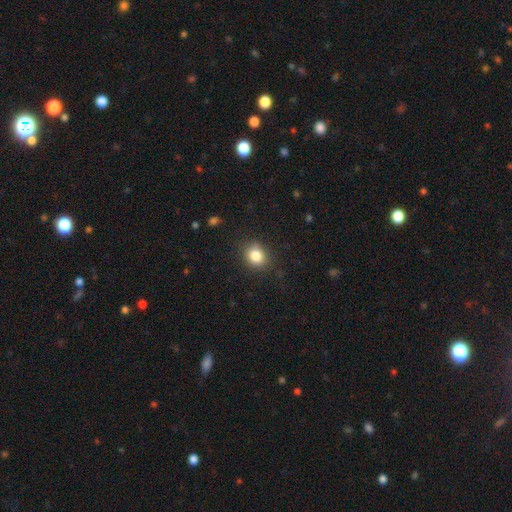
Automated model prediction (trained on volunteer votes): This is clearly a smooth galaxy (83%). How rounded: likely round (63%). Merging: clearly none (84%).